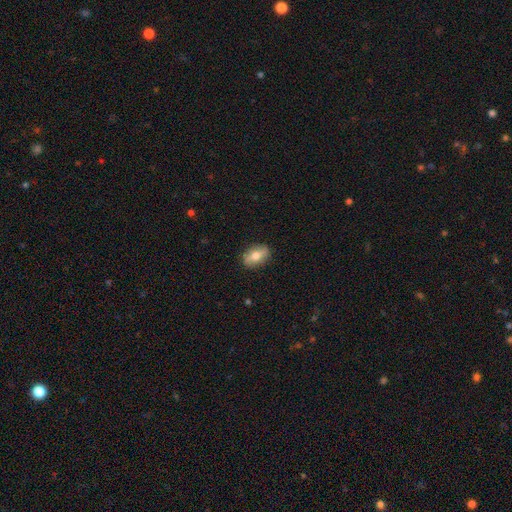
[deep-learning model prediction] smooth_or_featured: smooth (p=0.60) [alt: featured or disk p=0.34]
how_rounded: in between (p=0.83) [alt: round p=0.11]
merging: none (p=0.85) [alt: minor disturbance p=0.11]